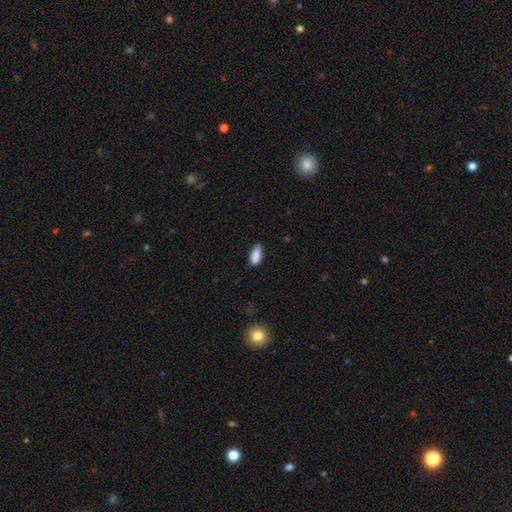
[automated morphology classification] smooth_or_featured: smooth (p=0.88) [alt: star or artifact p=0.07]
how_rounded: in between (p=0.77) [alt: cigar-shaped p=0.21]
merging: none (p=0.75) [alt: minor disturbance p=0.20]